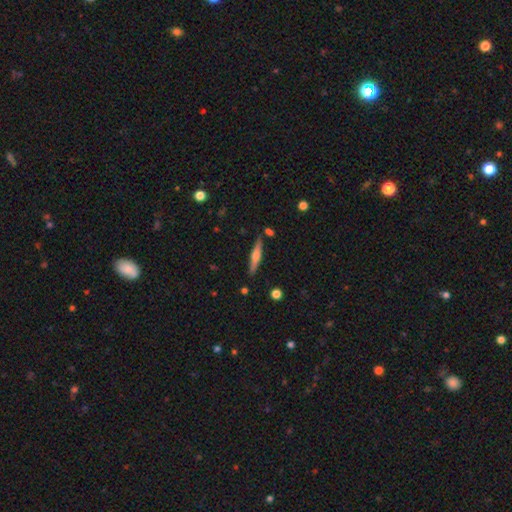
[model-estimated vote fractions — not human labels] The model was most divided on "smooth or featured": featured or disk: 54%, smooth: 40%, star or artifact: 6%. More confident: edge-on disk — yes (97%); merging — none (86%); edge-on bulge — rounded (74%).